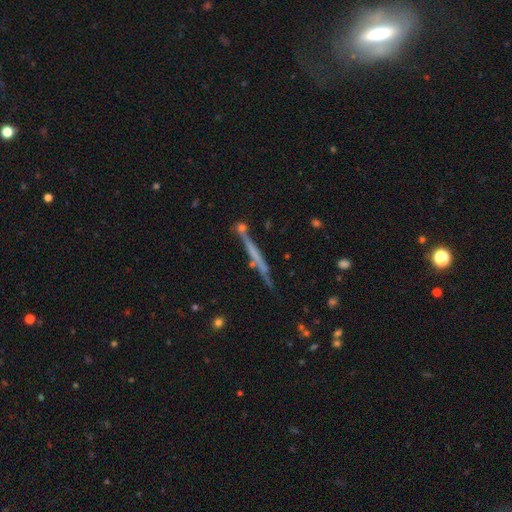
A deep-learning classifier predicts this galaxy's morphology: A featured or disk galaxy (58%) viewed edge-on (94%) with no central bulge (82%).

Vote fractions:
- Smooth or featured? featured or disk: 58% / smooth: 33% / star or artifact: 9%
- Edge-on disk? yes: 94% / no: 6%
- Edge-on bulge? none: 82% / rounded: 10% / boxy: 8%
- Merging? none: 73% / minor disturbance: 15% / merger: 8% / major disturbance: 4%